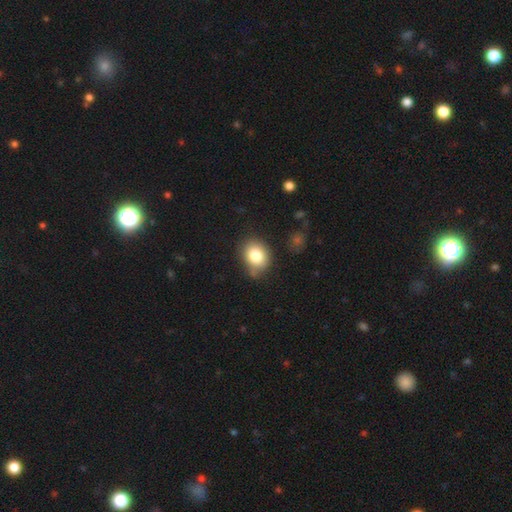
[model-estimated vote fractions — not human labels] Smooth or featured? smooth (82%)
How rounded? in between (50%)
Merging? none (73%)